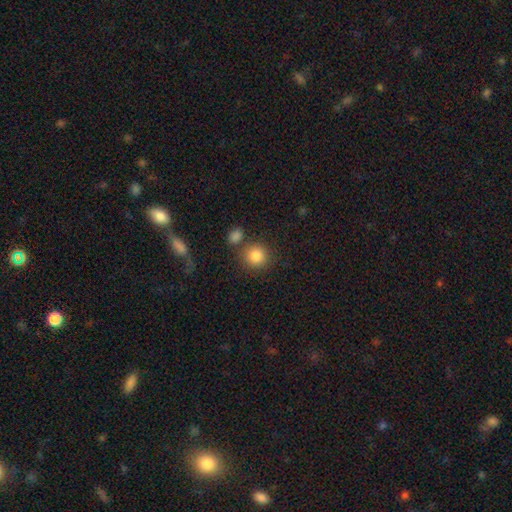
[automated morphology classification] Smooth or featured? smooth (85%)
How rounded? round (89%)
Merging? none (73%)